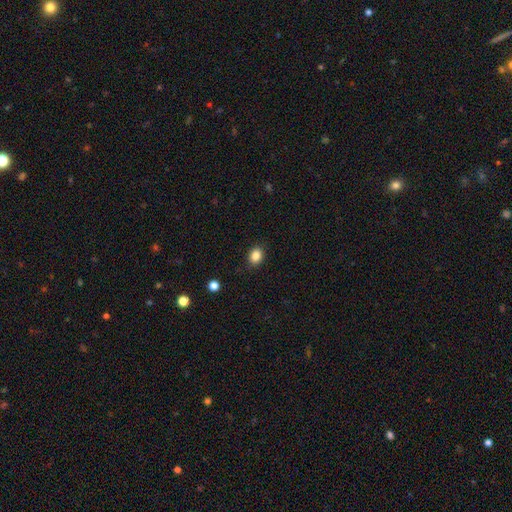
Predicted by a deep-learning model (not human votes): smooth 85%, star or artifact 10%, featured or disk 4%. Down the decision tree: how rounded — in between (52%); merging — none (86%).